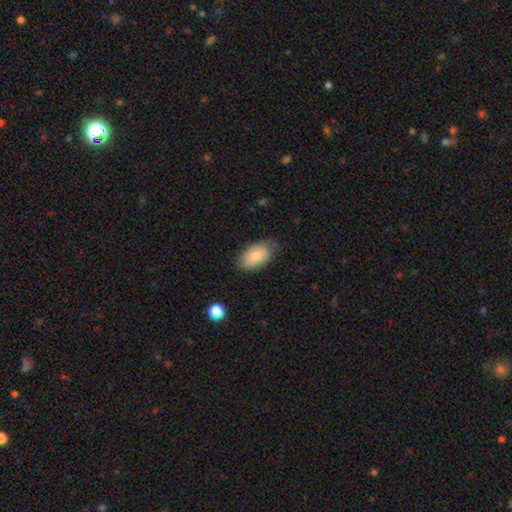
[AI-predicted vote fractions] This is likely a smooth galaxy (80%). How rounded: clearly in between (91%). Merging: likely none (74%).